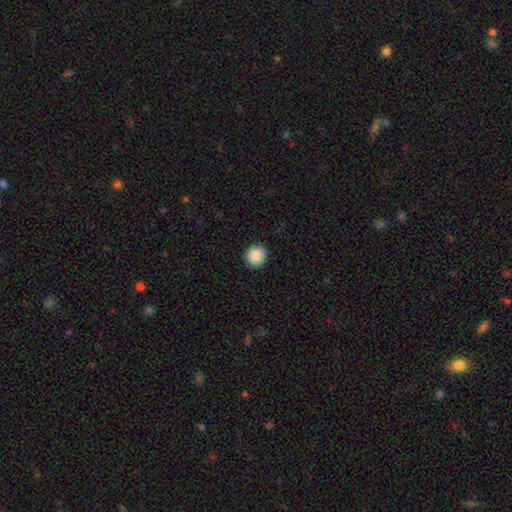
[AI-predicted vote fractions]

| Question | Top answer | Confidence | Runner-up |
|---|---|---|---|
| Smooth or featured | smooth | 90% | star or artifact (8%) |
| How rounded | round | 93% | in between (6%) |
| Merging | none | 92% | minor disturbance (5%) |